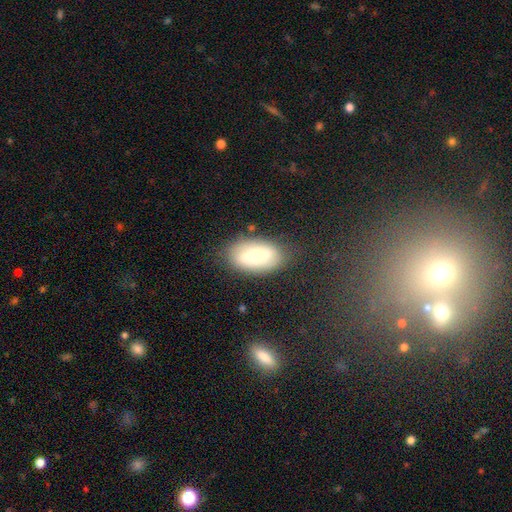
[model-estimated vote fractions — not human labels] This appears to be a smooth galaxy with no disk features (76%) that is in between round and cigar-shaped (92%). Merging: none (76%).